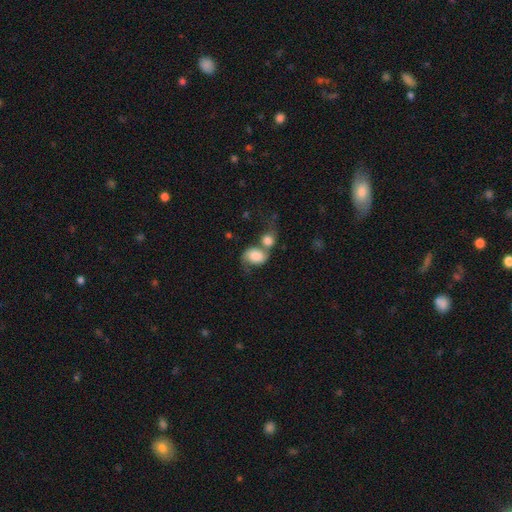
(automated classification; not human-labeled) Overall: smooth (64%; featured or disk 27%). How rounded: in between (58%; round 41%). Merging: merger (63%).